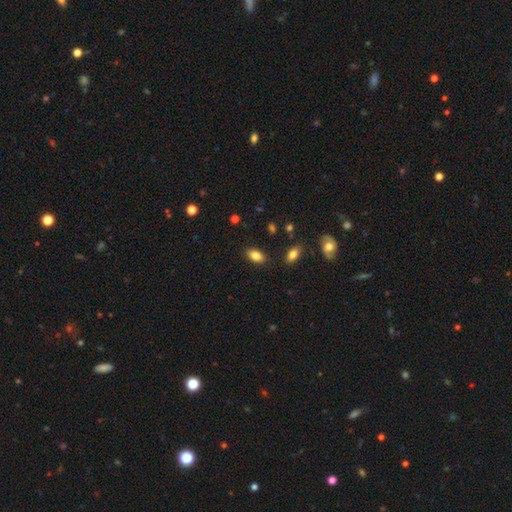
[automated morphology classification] smooth-or-featured: smooth: 83% | star or artifact: 8% | featured or disk: 8%
  how-rounded: in between: 91% | round: 6% | cigar-shaped: 3%
  merging: none: 87% | minor disturbance: 9% | major disturbance: 2% | merger: 2%